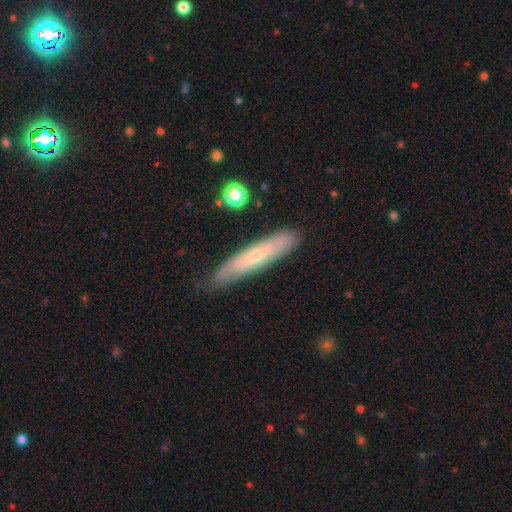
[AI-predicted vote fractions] smooth_or_featured: smooth (p=0.52) [alt: featured or disk p=0.41]
how_rounded: cigar-shaped (p=0.86) [alt: in between p=0.13]
merging: none (p=0.78) [alt: minor disturbance p=0.17]